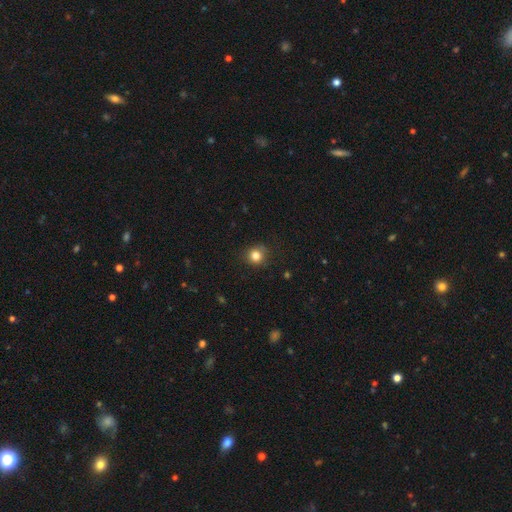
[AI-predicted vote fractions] Q: Smooth or featured?
A: smooth (82%); runner-up: star or artifact (12%)
Q: How rounded?
A: round (88%); runner-up: in between (11%)
Q: Merging?
A: none (86%); runner-up: minor disturbance (10%)